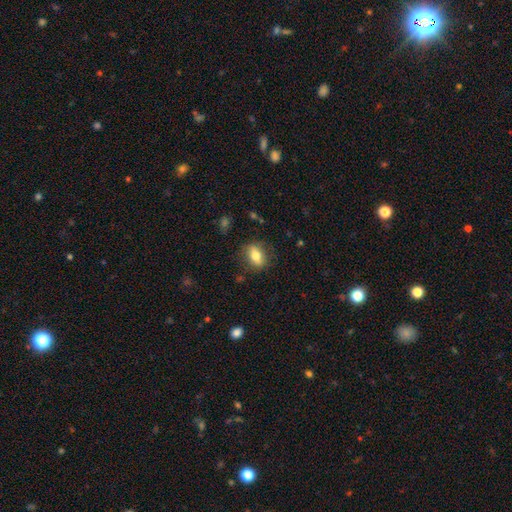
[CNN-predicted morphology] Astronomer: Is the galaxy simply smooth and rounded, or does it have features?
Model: smooth — 71%.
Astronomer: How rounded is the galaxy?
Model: in between — 76%.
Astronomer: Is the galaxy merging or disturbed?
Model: none — 80%.